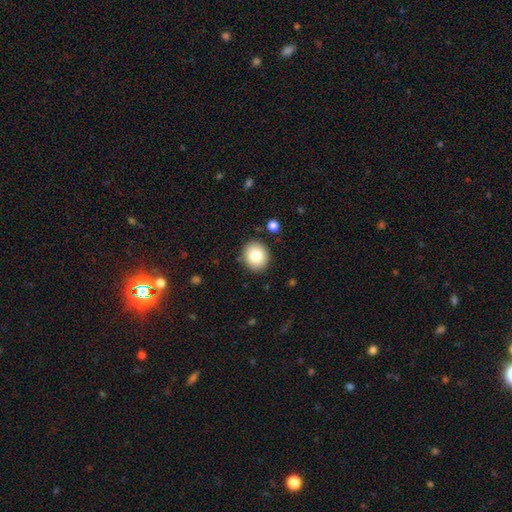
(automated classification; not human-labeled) A smooth galaxy with no disk features (81%) that is round (74%).

Vote fractions:
- Smooth or featured? smooth: 81% / featured or disk: 10% / star or artifact: 9%
- How rounded? round: 74% / in between: 25% / cigar-shaped: 1%
- Merging? none: 88% / minor disturbance: 8% / major disturbance: 2% / merger: 2%